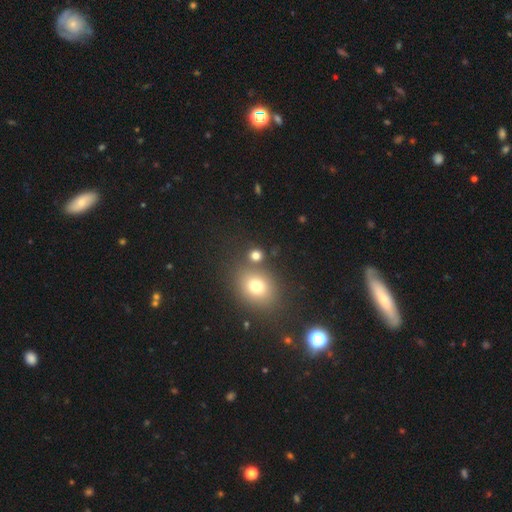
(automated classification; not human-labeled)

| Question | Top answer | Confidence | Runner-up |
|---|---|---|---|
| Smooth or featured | smooth | 75% | star or artifact (17%) |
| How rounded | round | 77% | in between (22%) |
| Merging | none | 71% | merger (16%) |